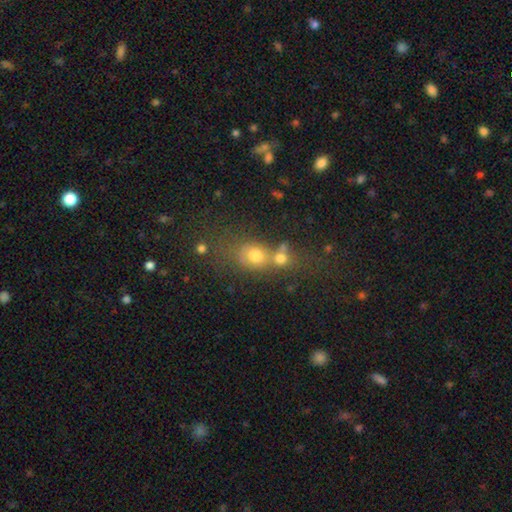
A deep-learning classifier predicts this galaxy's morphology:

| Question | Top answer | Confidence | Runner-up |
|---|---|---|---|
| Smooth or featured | smooth | 68% | star or artifact (18%) |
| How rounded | round | 59% | in between (38%) |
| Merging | merger | 48% | none (35%) |